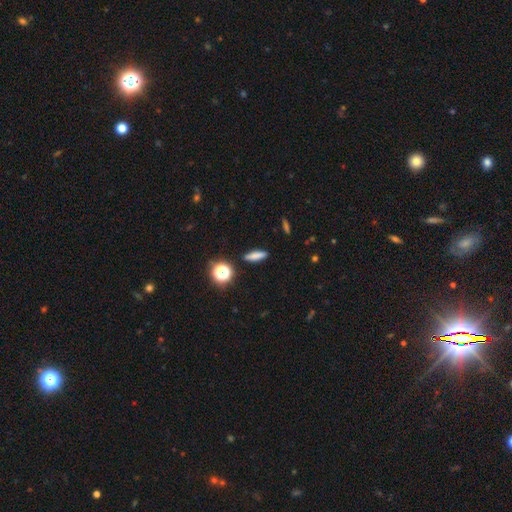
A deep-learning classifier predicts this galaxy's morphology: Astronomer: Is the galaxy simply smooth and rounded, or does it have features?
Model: smooth — 76%.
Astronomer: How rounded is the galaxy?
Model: cigar-shaped — 68%.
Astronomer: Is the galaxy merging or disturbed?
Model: none — 89%.